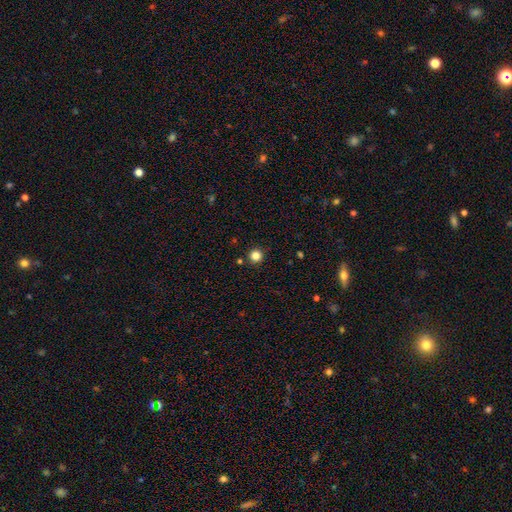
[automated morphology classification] This is clearly a smooth galaxy (83%). How rounded: clearly round (95%). Merging: clearly none (91%).